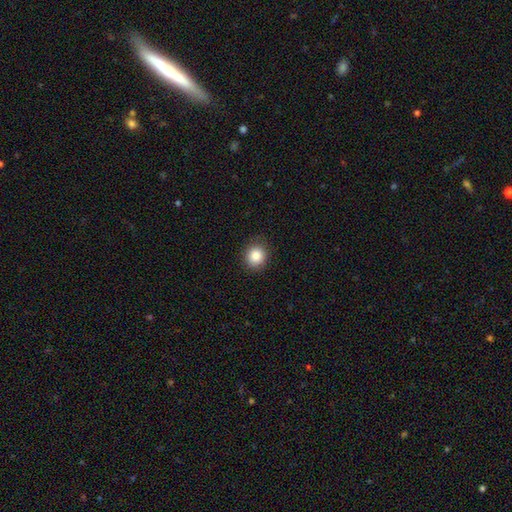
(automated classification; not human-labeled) This appears to be a smooth galaxy with no disk features (85%) that is round (82%). Merging: none (88%).